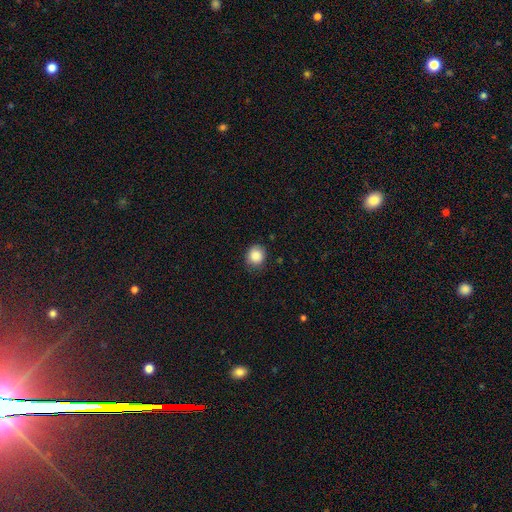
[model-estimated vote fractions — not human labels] smooth 87%, star or artifact 9%, featured or disk 4%. Down the decision tree: how rounded — round (84%); merging — none (80%).